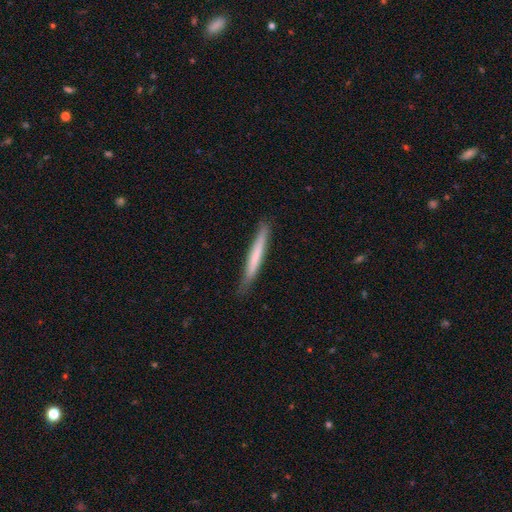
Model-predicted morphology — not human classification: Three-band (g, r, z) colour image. It shows a smooth galaxy with no disk features (66%) that is cigar-shaped (97%). Merging: none (85%).